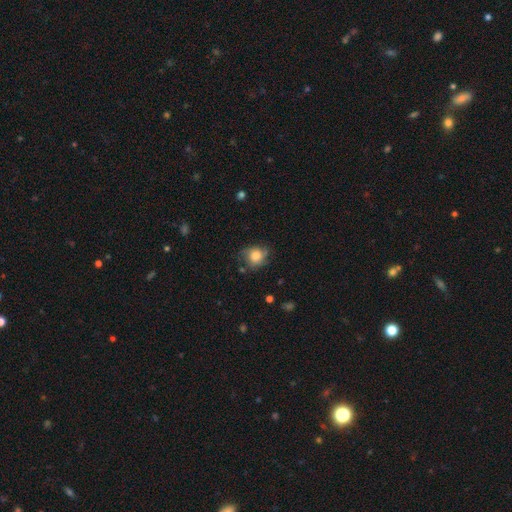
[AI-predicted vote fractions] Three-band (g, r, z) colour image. It shows a smooth galaxy with no disk features (71%) that is round (73%). Merging: none (60%).